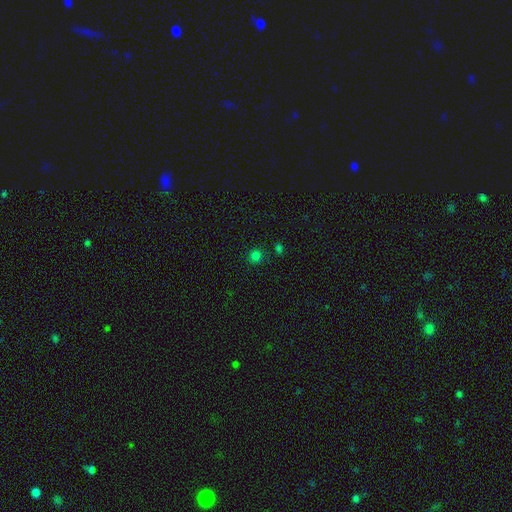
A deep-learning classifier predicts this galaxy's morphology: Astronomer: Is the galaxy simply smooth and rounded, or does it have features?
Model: smooth — 77%.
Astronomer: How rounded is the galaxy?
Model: round — 90%.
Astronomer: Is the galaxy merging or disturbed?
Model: none — 85%.